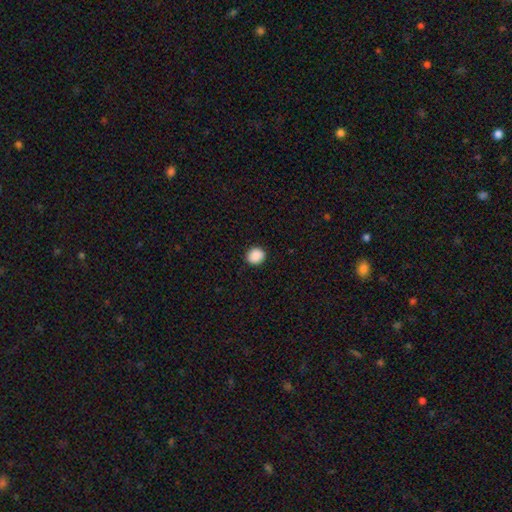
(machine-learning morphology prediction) Q: Smooth or featured?
A: smooth (89%); runner-up: star or artifact (8%)
Q: How rounded?
A: round (85%); runner-up: in between (14%)
Q: Merging?
A: none (91%); runner-up: minor disturbance (6%)